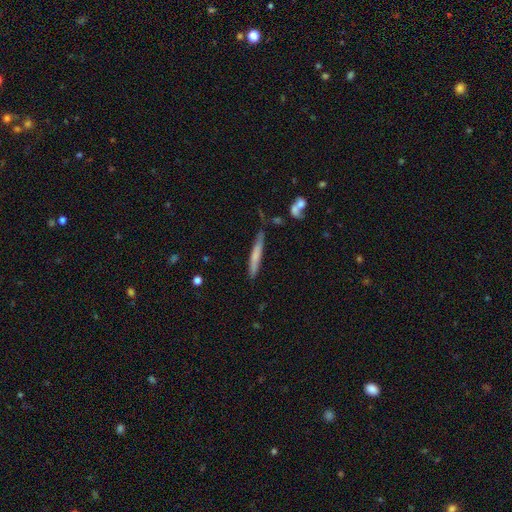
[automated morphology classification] Smooth or featured? Predicted: smooth (p=0.62). How rounded? Predicted: cigar-shaped (p=0.94). Merging? Predicted: none (p=0.74).